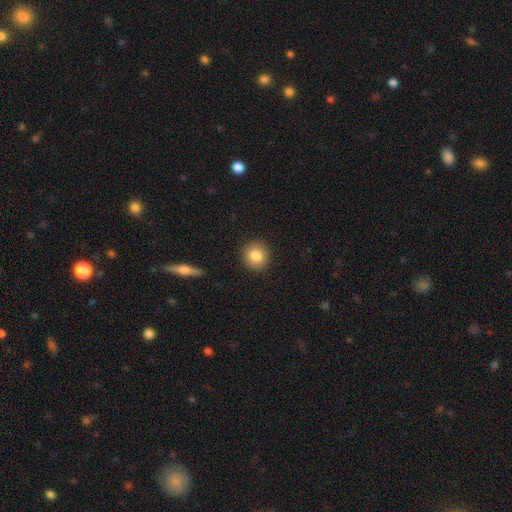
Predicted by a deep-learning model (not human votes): smooth-or-featured: smooth: 84% | star or artifact: 9% | featured or disk: 8%
  how-rounded: round: 92% | in between: 7% | cigar-shaped: 1%
  merging: none: 91% | minor disturbance: 6% | major disturbance: 2% | merger: 1%